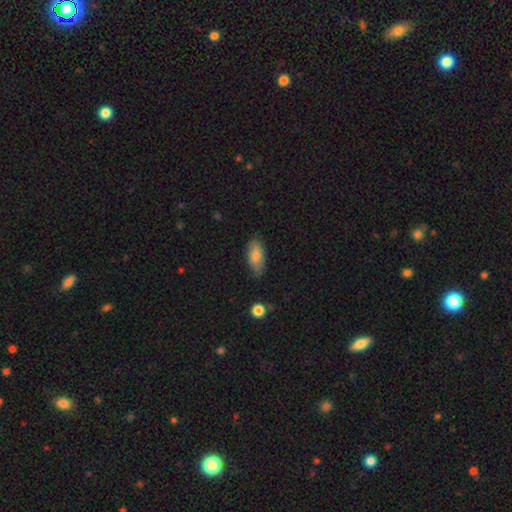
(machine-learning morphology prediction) Q: Smooth or featured?
A: smooth (82%); runner-up: featured or disk (12%)
Q: How rounded?
A: in between (87%); runner-up: cigar-shaped (10%)
Q: Merging?
A: none (77%); runner-up: minor disturbance (18%)